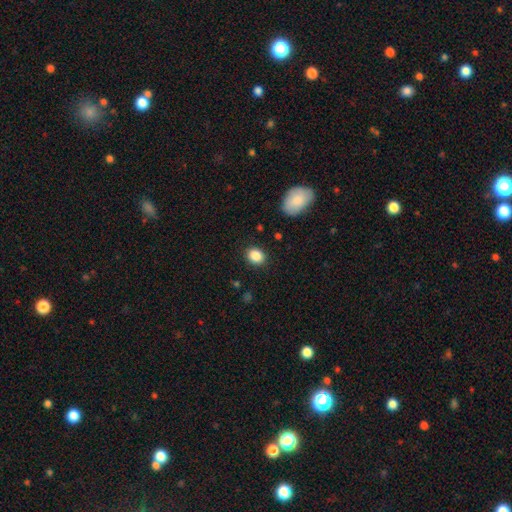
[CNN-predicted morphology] type=smooth (88%); roundness=round (52%); merging=none (87%).